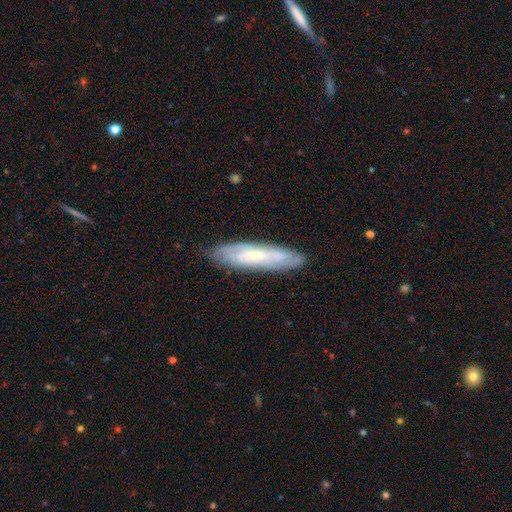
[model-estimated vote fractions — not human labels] smooth_or_featured: featured or disk (p=0.57) [alt: smooth p=0.36]
disk_edge_on: no (p=0.61) [alt: yes p=0.39]
merging: none (p=0.82) [alt: minor disturbance p=0.14]